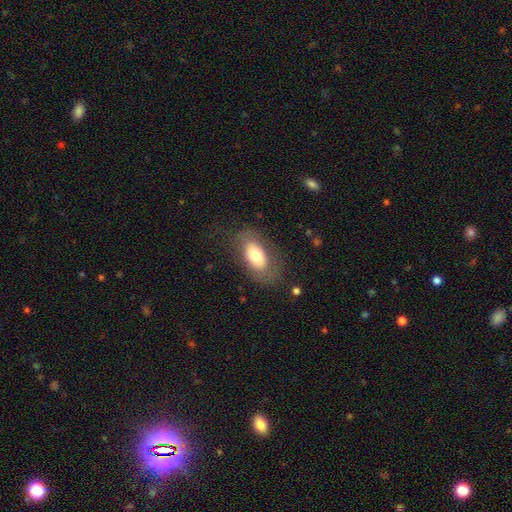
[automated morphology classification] This is likely a smooth galaxy (67%). How rounded: clearly in between (92%). Merging: likely none (74%).